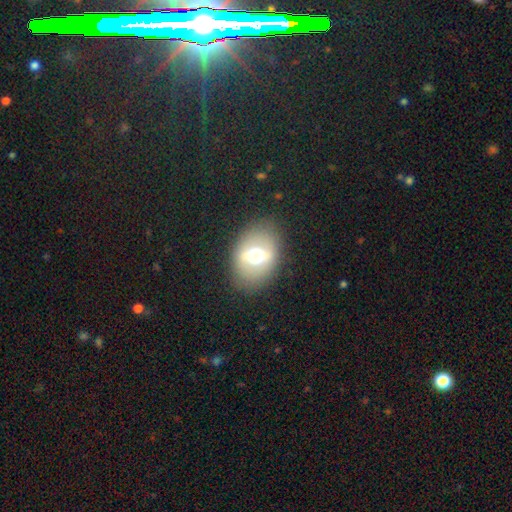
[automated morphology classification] smooth 48%, featured or disk 41%, star or artifact 11%. Down the decision tree: merging — none (82%).